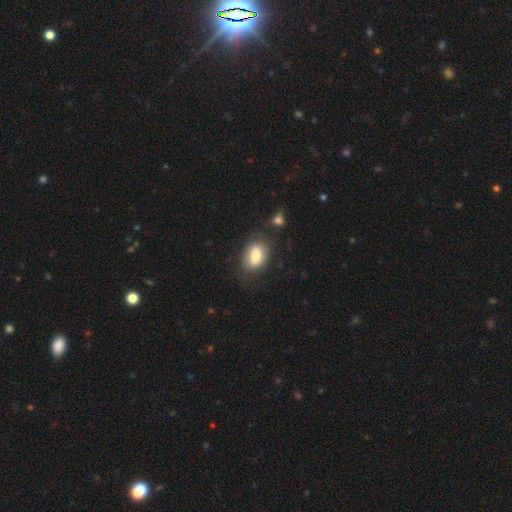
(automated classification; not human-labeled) Q: Smooth or featured?
A: smooth (79%); runner-up: featured or disk (14%)
Q: How rounded?
A: in between (86%); runner-up: round (12%)
Q: Merging?
A: none (65%); runner-up: minor disturbance (20%)